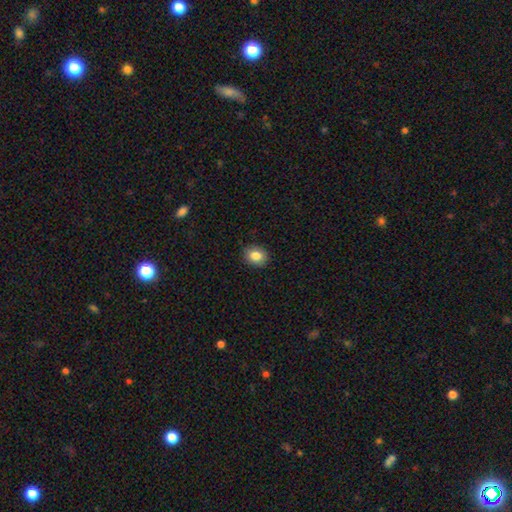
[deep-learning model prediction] A smooth galaxy with no disk features (84%) that is round (58%). Merging: none (90%).